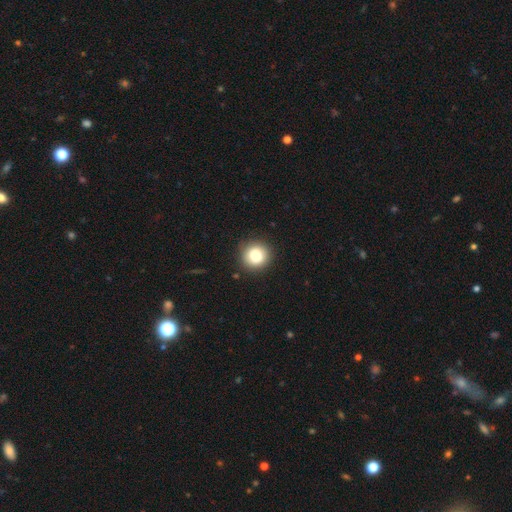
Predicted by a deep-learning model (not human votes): Morphology: type=smooth (83%); roundness=round (90%); merging=none (88%).